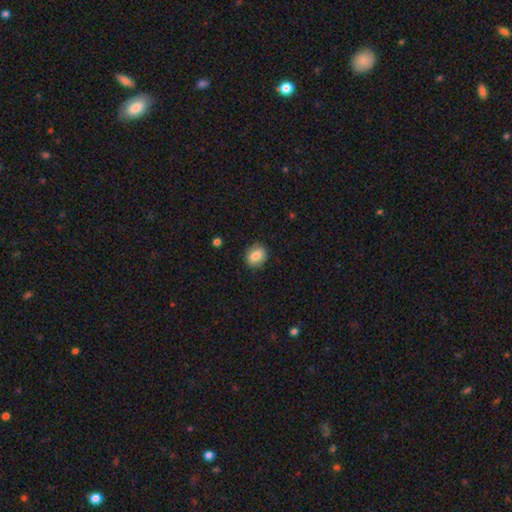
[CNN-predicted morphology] Smooth or featured: smooth — 84% (featured or disk — 8%)
How rounded: in between — 50% (round — 49%)
Merging: none — 85% (minor disturbance — 11%)